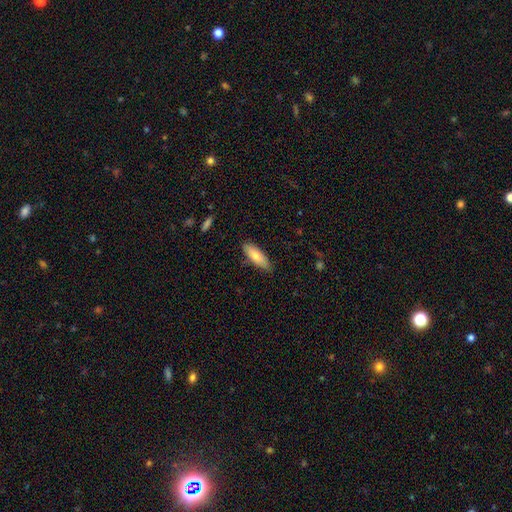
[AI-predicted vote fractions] Morphology: type=smooth (76%); roundness=in between (58%); merging=none (82%).